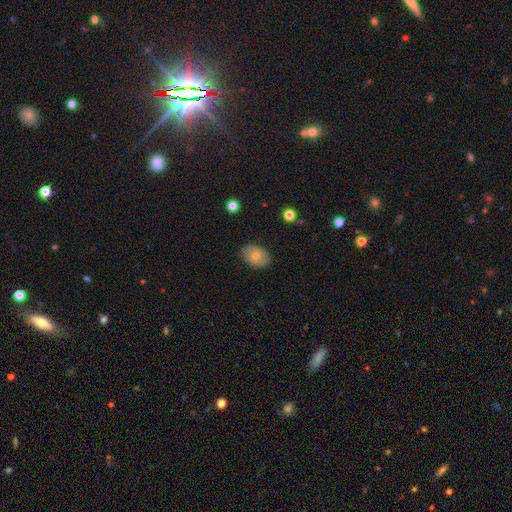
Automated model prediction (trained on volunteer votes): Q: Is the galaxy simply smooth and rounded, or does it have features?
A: smooth — 61%.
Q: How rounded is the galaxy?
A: in between — 77%.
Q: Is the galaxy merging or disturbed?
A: none — 82%.